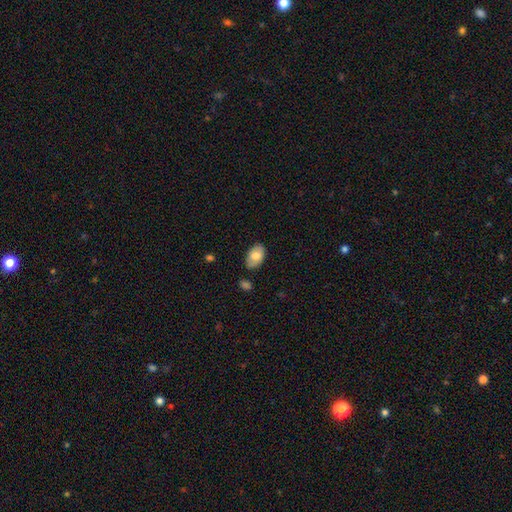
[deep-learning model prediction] Smooth or featured? smooth (77%)
How rounded? in between (91%)
Merging? none (82%)